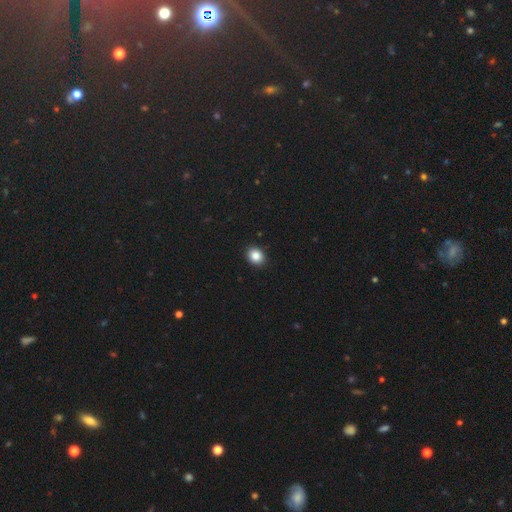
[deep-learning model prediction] This is clearly a smooth galaxy (86%). How rounded: possibly round (58%). Merging: clearly none (91%).